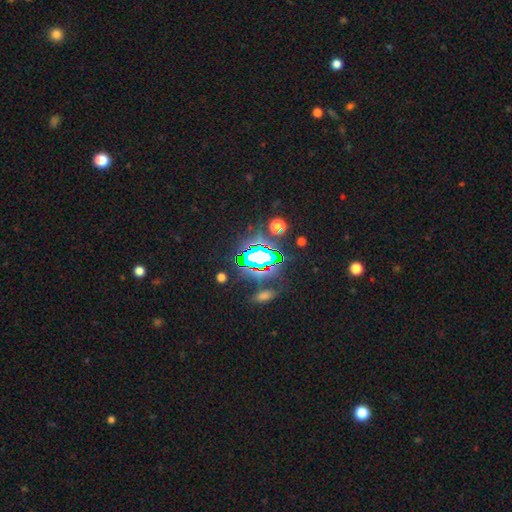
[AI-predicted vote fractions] Morphology: type=star or artifact (69%).